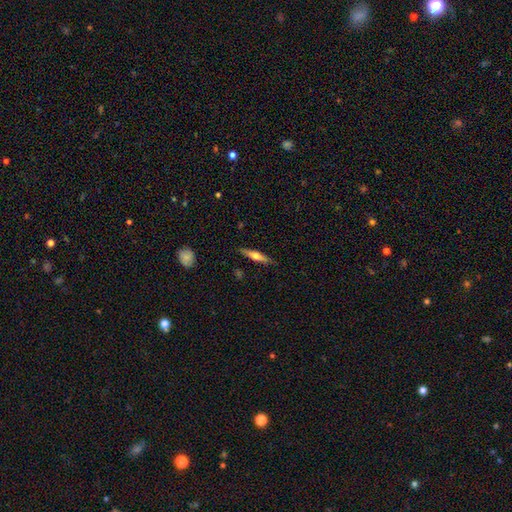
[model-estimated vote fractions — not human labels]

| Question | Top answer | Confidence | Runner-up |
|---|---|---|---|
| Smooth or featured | featured or disk | 51% | smooth (43%) |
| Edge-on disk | yes | 94% | no (6%) |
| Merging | none | 87% | minor disturbance (10%) |